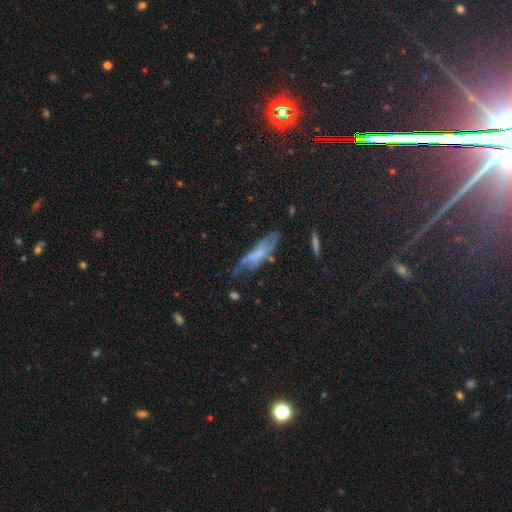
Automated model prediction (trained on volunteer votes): featured or disk 46%, smooth 41%, star or artifact 13%. Down the decision tree: merging — none (38%).